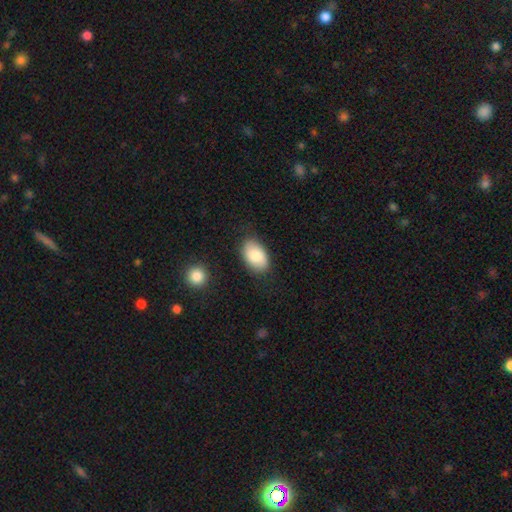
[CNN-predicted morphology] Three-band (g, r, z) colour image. It shows a smooth galaxy with no disk features (85%) that is in between round and cigar-shaped (92%). Merging: none (82%).